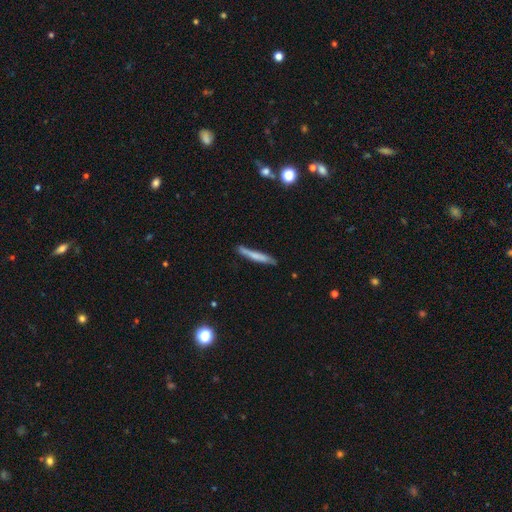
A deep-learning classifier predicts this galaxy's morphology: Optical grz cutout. It shows a smooth galaxy with no disk features (64%) that is cigar-shaped (95%). Merging: none (78%).